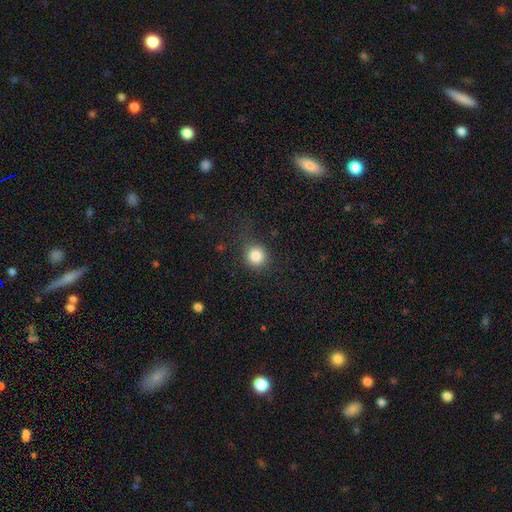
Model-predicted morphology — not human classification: The model was most divided on "merging": none: 78%, minor disturbance: 14%, major disturbance: 6%, merger: 2%. More confident: how rounded — round (90%); smooth or featured — smooth (84%).